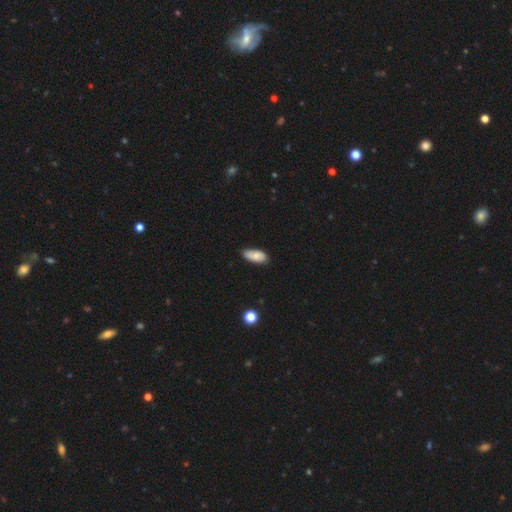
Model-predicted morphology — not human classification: A smooth galaxy with no disk features (78%) that is in between round and cigar-shaped (87%). Merging: none (76%).